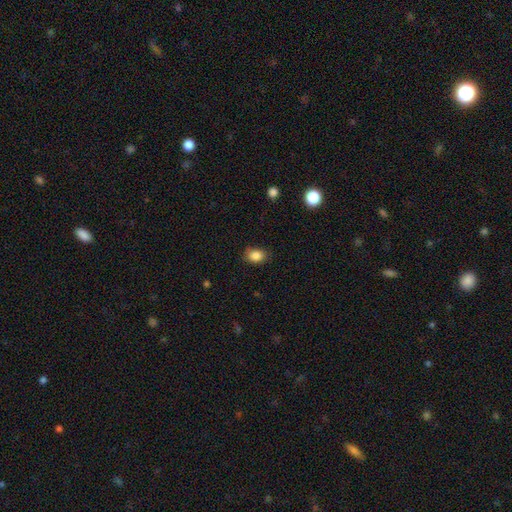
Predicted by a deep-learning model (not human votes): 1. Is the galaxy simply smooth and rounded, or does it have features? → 87% smooth, 9% star or artifact, 4% featured or disk.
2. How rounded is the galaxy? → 69% in between, 30% round, 1% cigar-shaped.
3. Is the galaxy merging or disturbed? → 79% none, 17% minor disturbance, 3% major disturbance, 1% merger.